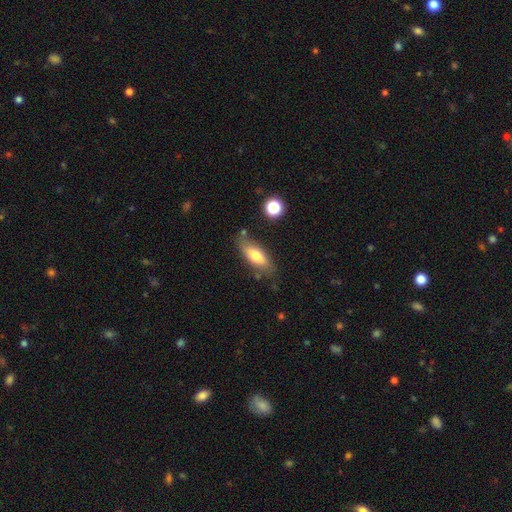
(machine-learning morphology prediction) A smooth galaxy with no disk features (71%) that is in between round and cigar-shaped (71%).

Vote fractions:
- Smooth or featured? smooth: 71% / featured or disk: 22% / star or artifact: 7%
- How rounded? in between: 71% / cigar-shaped: 26% / round: 3%
- Merging? none: 72% / minor disturbance: 18% / merger: 5% / major disturbance: 4%